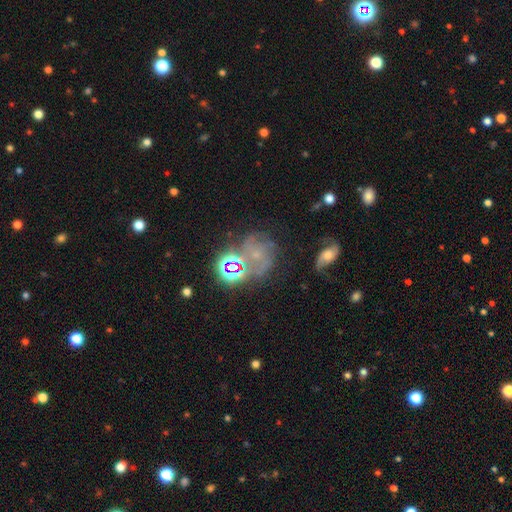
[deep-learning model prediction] star or artifact 40%, featured or disk 37%, smooth 22%.